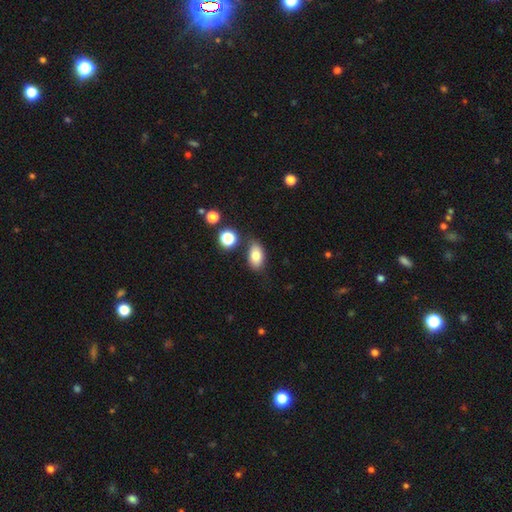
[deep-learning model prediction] smooth-or-featured: smooth: 81% | star or artifact: 10% | featured or disk: 10%
  how-rounded: in between: 89% | round: 8% | cigar-shaped: 2%
  merging: none: 75% | minor disturbance: 15% | merger: 6% | major disturbance: 4%